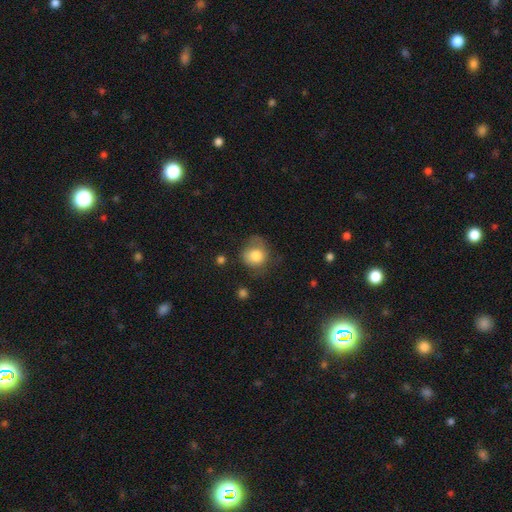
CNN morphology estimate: smooth 79%, featured or disk 12%, star or artifact 9%. Down the decision tree: how rounded — round (79%); merging — none (52%).